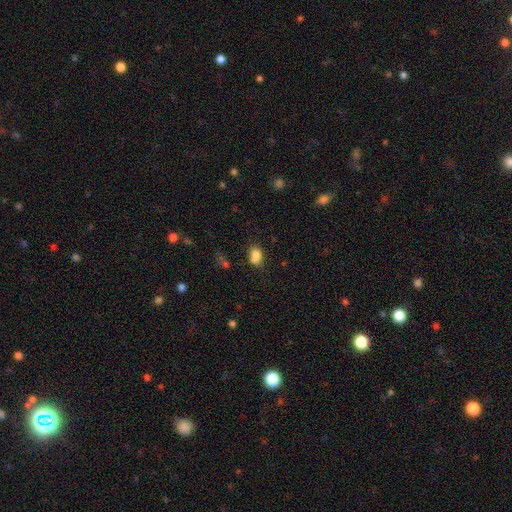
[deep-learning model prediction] The model was most divided on "merging": none: 49%, minor disturbance: 22%, merger: 21%, major disturbance: 8%. More confident: smooth or featured — smooth (79%); how rounded — in between (69%).